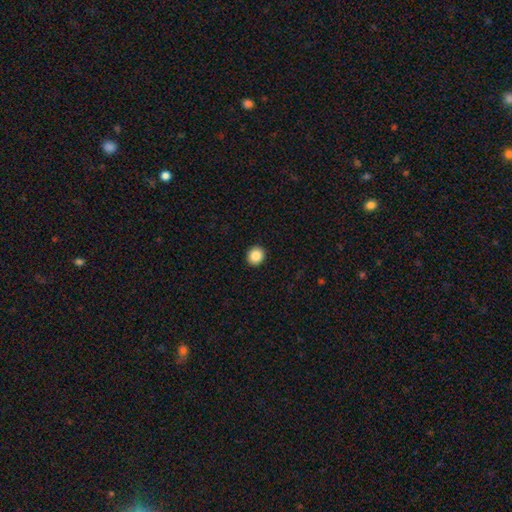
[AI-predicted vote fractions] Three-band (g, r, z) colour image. It shows a smooth galaxy with no disk features (87%) that is round (85%). Merging: none (93%).